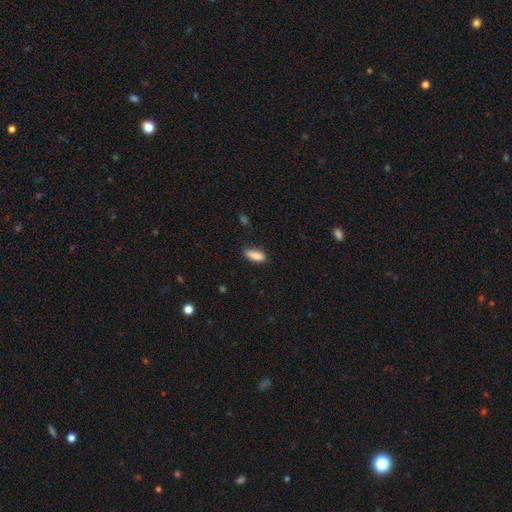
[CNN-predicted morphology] Smooth or featured?
  - smooth: 86% *
  - star or artifact: 8%
  - featured or disk: 6%
How rounded?
  - in between: 72% *
  - cigar-shaped: 26%
  - round: 2%
Merging?
  - none: 71% *
  - minor disturbance: 23%
  - major disturbance: 4%
  - merger: 2%